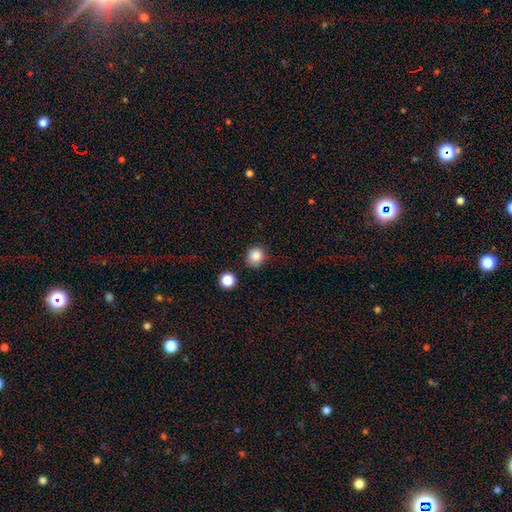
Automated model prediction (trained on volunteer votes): Smooth or featured? Predicted: smooth (p=0.86). How rounded? Predicted: round (p=0.88). Merging? Predicted: none (p=0.82).